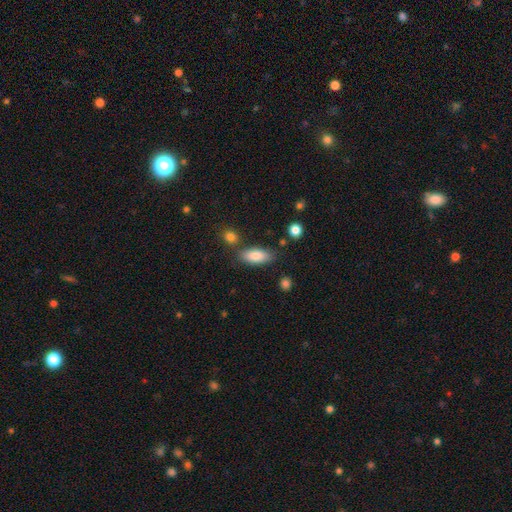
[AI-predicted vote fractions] Smooth or featured: smooth — 83% (featured or disk — 11%)
How rounded: in between — 81% (cigar-shaped — 16%)
Merging: none — 75% (minor disturbance — 14%)